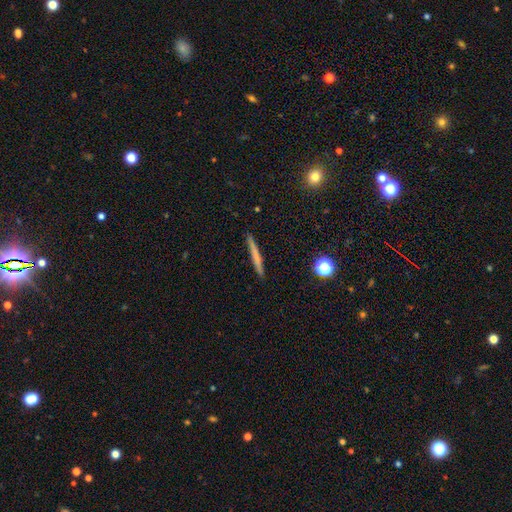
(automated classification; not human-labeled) smooth 59%, featured or disk 33%, star or artifact 8%. Down the decision tree: how rounded — cigar-shaped (96%); merging — none (91%).